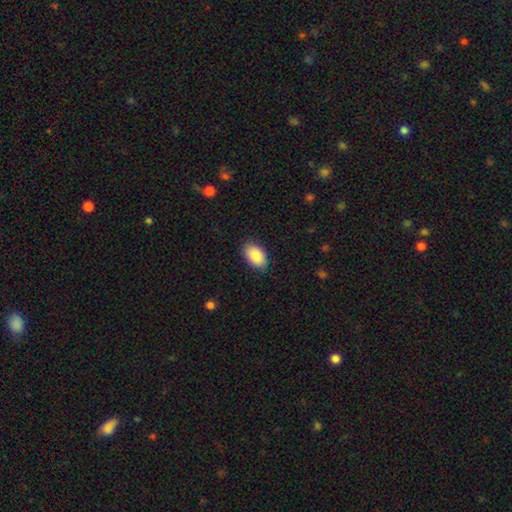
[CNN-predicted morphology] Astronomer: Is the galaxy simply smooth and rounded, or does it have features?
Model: smooth — 89%.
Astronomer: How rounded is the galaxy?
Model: in between — 93%.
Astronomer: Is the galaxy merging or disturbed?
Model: none — 83%.